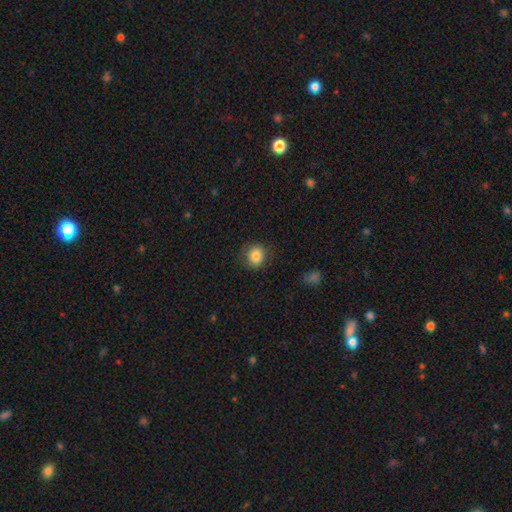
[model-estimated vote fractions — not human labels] This is clearly a smooth galaxy (84%). How rounded: likely round (79%). Merging: clearly none (83%).